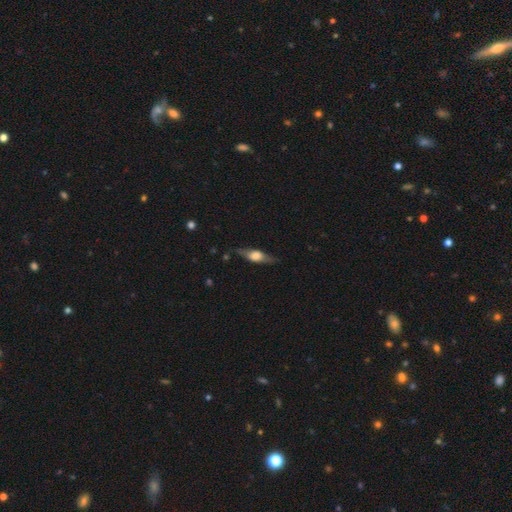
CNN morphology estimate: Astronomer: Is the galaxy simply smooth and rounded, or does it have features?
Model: featured or disk — 58% (runner-up: smooth, 35%).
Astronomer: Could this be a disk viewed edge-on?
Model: yes — 91%.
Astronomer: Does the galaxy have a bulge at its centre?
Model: rounded — 84%.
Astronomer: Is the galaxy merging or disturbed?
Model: none — 79%.